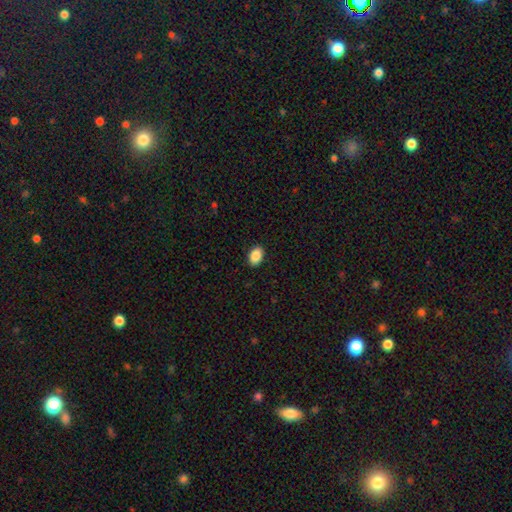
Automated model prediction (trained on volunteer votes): smooth_or_featured: smooth (p=0.89) [alt: star or artifact p=0.07]
how_rounded: in between (p=0.89) [alt: round p=0.10]
merging: none (p=0.90) [alt: minor disturbance p=0.08]